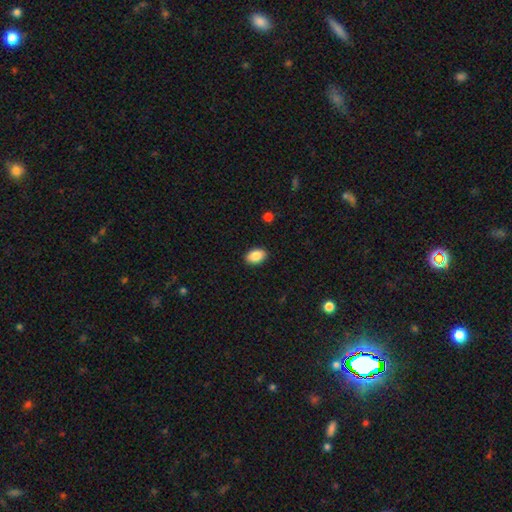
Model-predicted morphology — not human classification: Overall: smooth (88%). How rounded: in between (89%). Merging: none (90%).